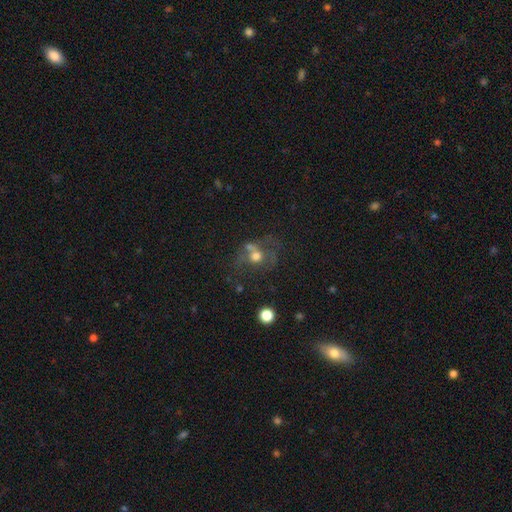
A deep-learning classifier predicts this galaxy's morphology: The model was most divided on "merging": none: 37%, merger: 25%, major disturbance: 22%, minor disturbance: 16%. Remaining: smooth or featured — smooth (50%).